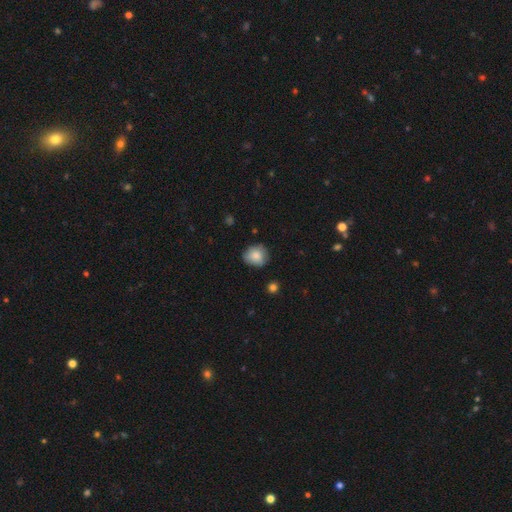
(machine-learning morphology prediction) Smooth or featured? smooth (83%)
How rounded? round (77%)
Merging? none (75%)